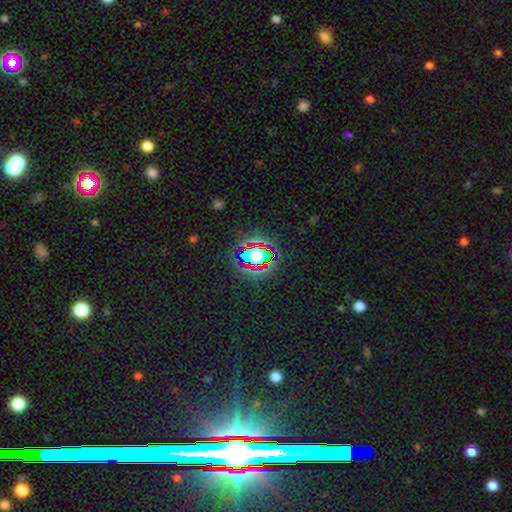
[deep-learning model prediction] star or artifact 62%, smooth 25%, featured or disk 13%.